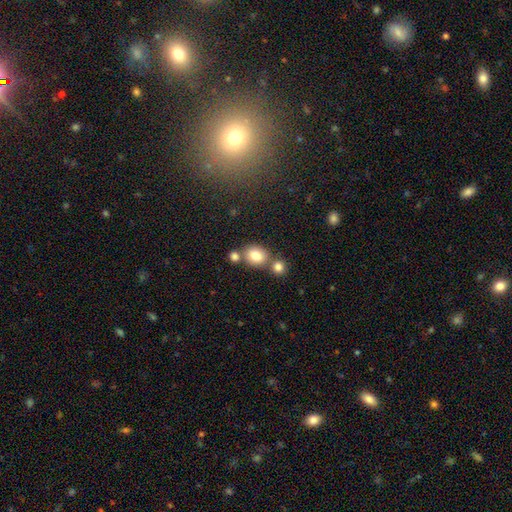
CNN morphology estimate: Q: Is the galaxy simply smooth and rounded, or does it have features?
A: smooth — 80%.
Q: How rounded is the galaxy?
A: round — 61%.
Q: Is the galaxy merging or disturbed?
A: none — 60%.